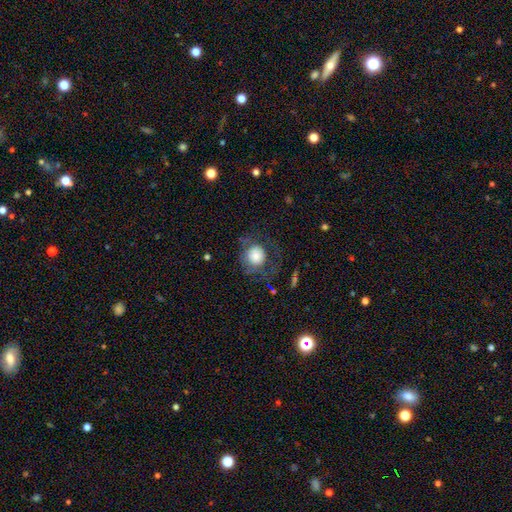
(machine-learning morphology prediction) type=smooth (67%); roundness=round (84%); merging=none (53%).